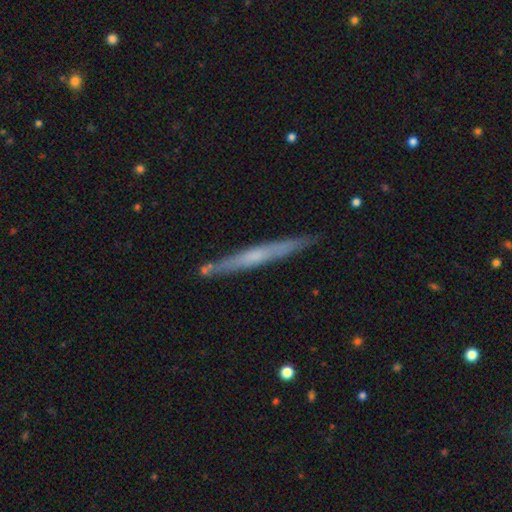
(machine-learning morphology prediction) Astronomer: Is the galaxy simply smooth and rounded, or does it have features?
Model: featured or disk — 58% (runner-up: smooth, 35%).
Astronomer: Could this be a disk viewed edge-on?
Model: yes — 96%.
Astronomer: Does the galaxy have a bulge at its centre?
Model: none — 61%.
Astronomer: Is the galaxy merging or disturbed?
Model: none — 87%.